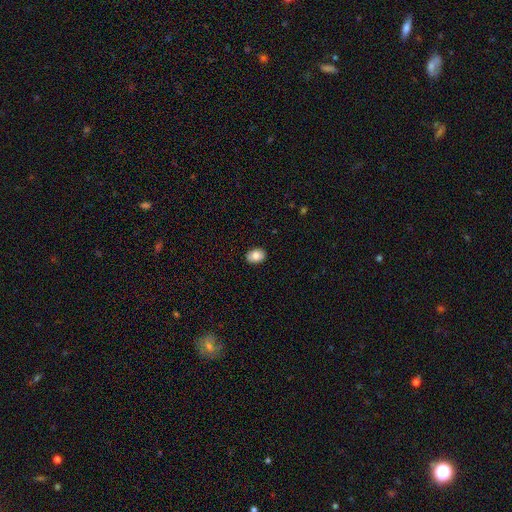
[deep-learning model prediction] Smooth or featured? smooth (81%)
How rounded? in between (74%)
Merging? none (90%)